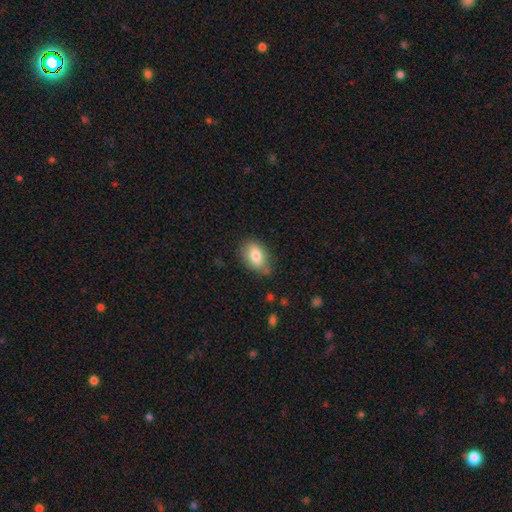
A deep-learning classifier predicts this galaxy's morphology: The model was most divided on "merging": none: 72%, minor disturbance: 22%, major disturbance: 4%, merger: 2%. More confident: how rounded — in between (88%); smooth or featured — smooth (80%).